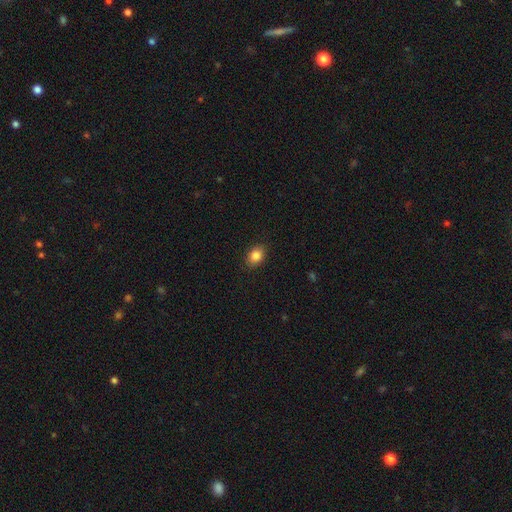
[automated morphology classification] Smooth or featured? smooth (85%)
How rounded? in between (71%)
Merging? none (88%)